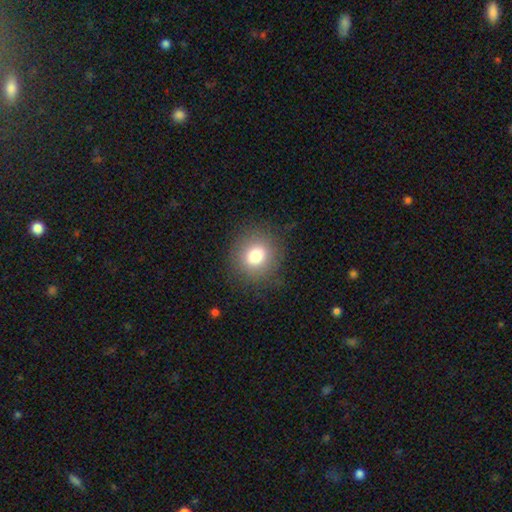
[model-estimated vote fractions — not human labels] smooth_or_featured: smooth (p=0.78) [alt: star or artifact p=0.12]
how_rounded: round (p=0.85) [alt: in between p=0.14]
merging: none (p=0.84) [alt: minor disturbance p=0.10]